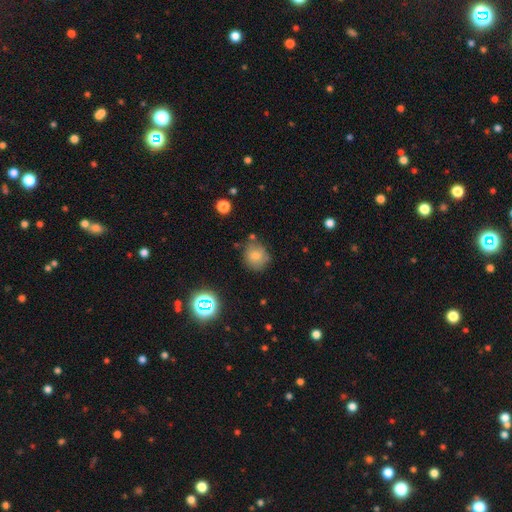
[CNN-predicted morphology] smooth-or-featured: smooth: 74% | star or artifact: 13% | featured or disk: 12%
  how-rounded: round: 84% | in between: 15% | cigar-shaped: 1%
  merging: none: 71% | minor disturbance: 19% | merger: 6% | major disturbance: 5%